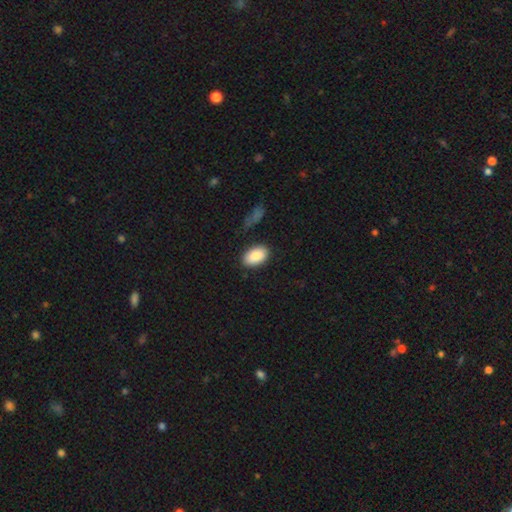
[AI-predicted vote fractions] This appears to be a smooth galaxy with no disk features (87%) that is in between round and cigar-shaped (92%). Merging: none (85%).